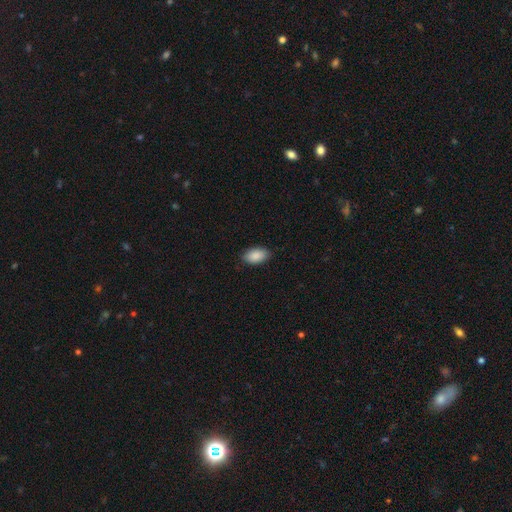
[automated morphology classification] A smooth galaxy with no disk features (89%) that is in between round and cigar-shaped (94%).

Vote fractions:
- Smooth or featured? smooth: 89% / star or artifact: 6% / featured or disk: 4%
- How rounded? in between: 94% / round: 4% / cigar-shaped: 2%
- Merging? none: 86% / minor disturbance: 11% / major disturbance: 2% / merger: 1%